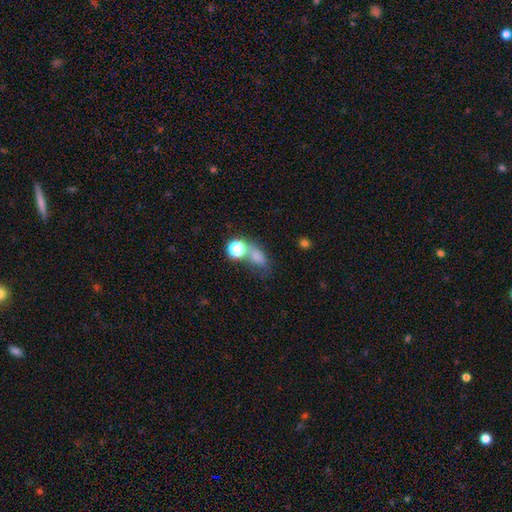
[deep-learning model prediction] A smooth galaxy with no disk features (69%) that is in between round and cigar-shaped (65%). Merging: none (39%).